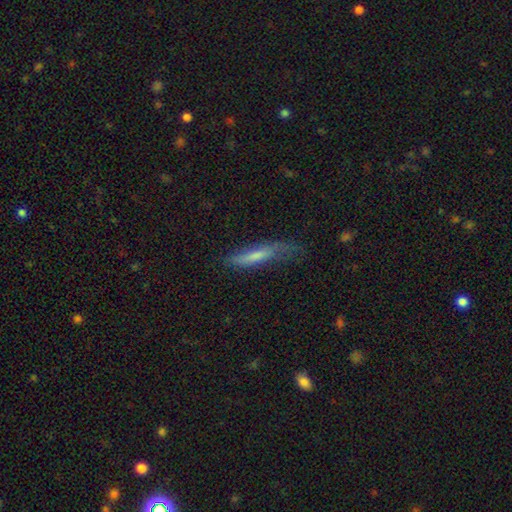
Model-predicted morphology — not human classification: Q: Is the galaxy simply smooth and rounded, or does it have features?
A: smooth — 62%.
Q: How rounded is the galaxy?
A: cigar-shaped — 86%.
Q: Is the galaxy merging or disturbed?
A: none — 49%.